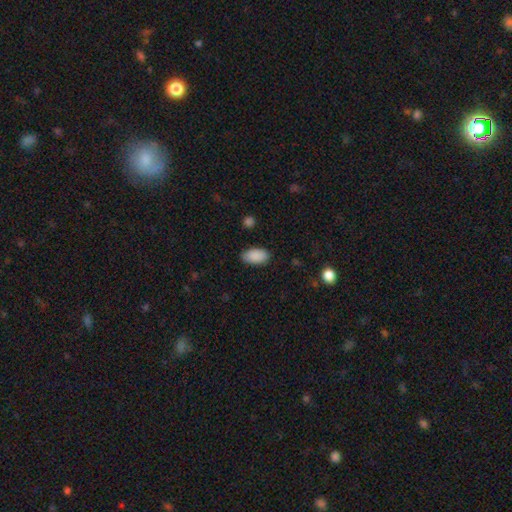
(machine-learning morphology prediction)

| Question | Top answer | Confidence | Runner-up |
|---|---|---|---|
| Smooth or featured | smooth | 90% | star or artifact (7%) |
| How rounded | in between | 95% | round (3%) |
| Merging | none | 86% | minor disturbance (10%) |